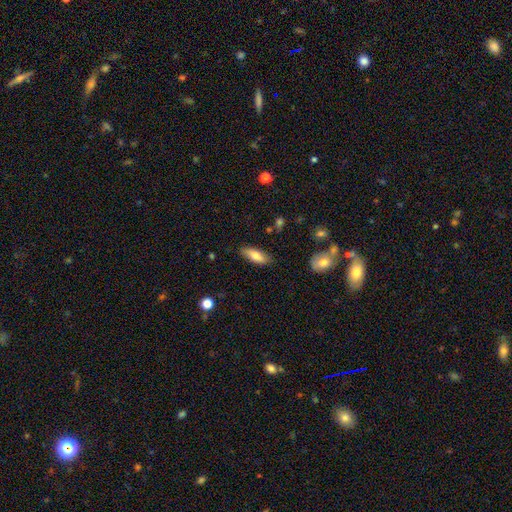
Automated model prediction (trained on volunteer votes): This is likely a smooth galaxy (75%). How rounded: likely in between (71%). Merging: clearly none (83%).